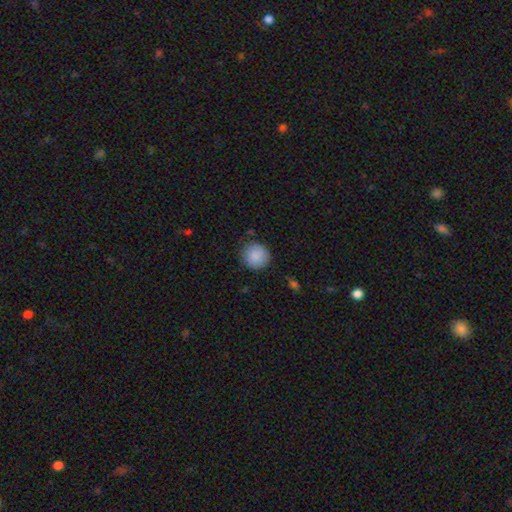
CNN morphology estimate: smooth-or-featured: smooth: 89% | star or artifact: 7% | featured or disk: 4%
  how-rounded: round: 93% | in between: 6% | cigar-shaped: 1%
  merging: none: 84% | minor disturbance: 11% | major disturbance: 3% | merger: 1%